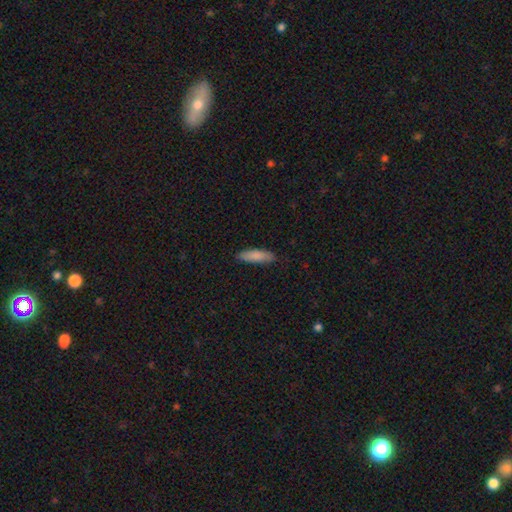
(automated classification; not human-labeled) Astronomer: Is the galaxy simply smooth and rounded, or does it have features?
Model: smooth — 86%.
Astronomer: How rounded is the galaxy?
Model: cigar-shaped — 56% (runner-up: in between, 43%).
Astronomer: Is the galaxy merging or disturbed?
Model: none — 85%.